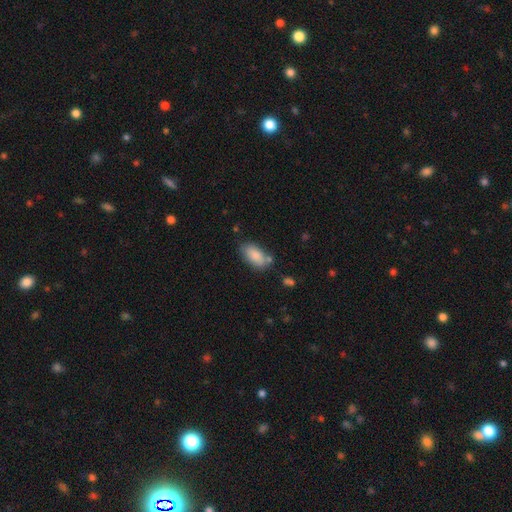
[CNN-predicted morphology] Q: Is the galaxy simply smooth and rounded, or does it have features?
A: smooth — 85%.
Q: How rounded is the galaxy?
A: in between — 92%.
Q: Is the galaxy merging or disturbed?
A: none — 68%.